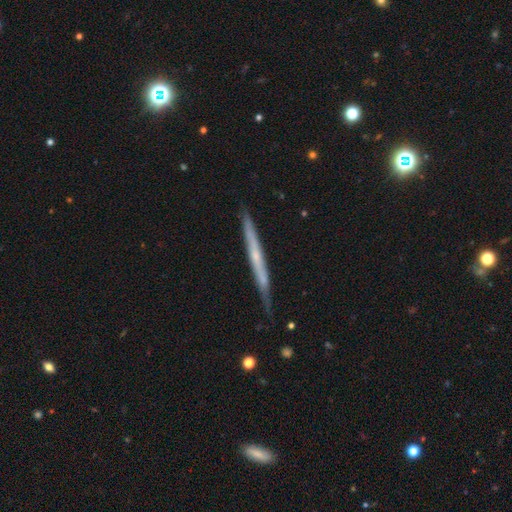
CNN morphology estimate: Overall: featured or disk (63%; smooth 32%). Edge-on disk: yes (96%). Edge-on bulge: none (69%). Merging: none (79%).